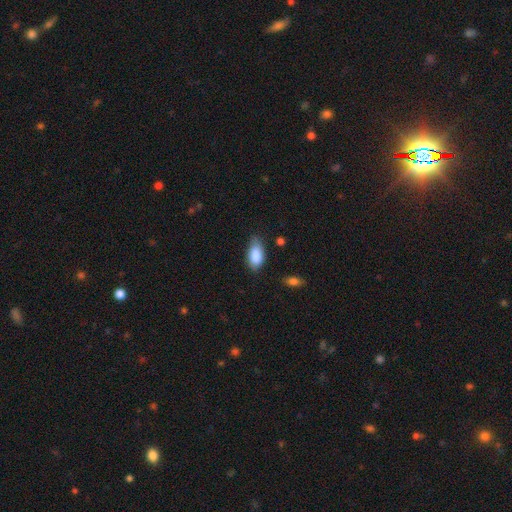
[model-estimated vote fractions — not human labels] smooth 87%, star or artifact 7%, featured or disk 7%. Down the decision tree: how rounded — in between (92%); merging — none (57%).